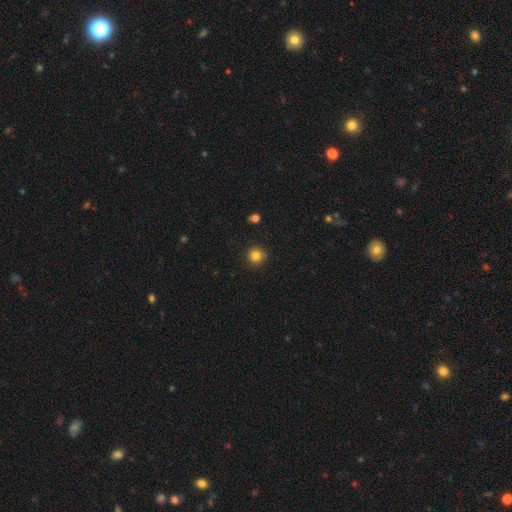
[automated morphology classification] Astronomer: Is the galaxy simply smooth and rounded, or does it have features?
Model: smooth — 83%.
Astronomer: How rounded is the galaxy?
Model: round — 94%.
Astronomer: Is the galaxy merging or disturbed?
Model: none — 89%.